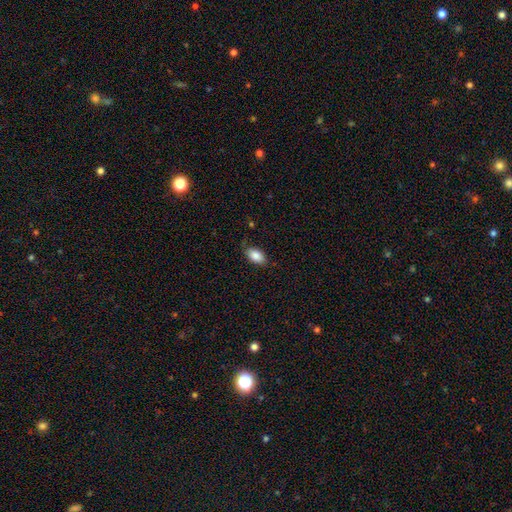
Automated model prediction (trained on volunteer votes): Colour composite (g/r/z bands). It shows a smooth galaxy with no disk features (86%) that is in between round and cigar-shaped (92%). Merging: none (77%).